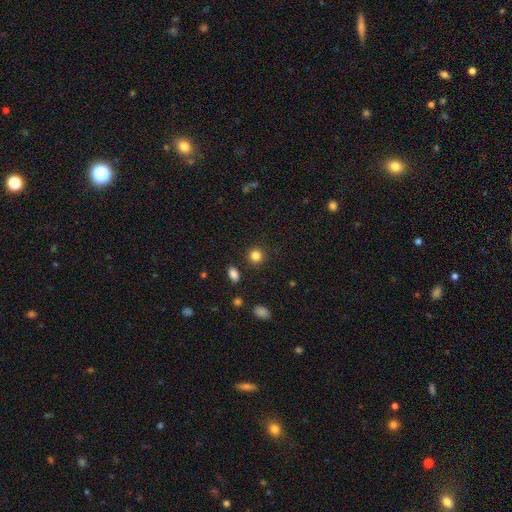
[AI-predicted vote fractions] Smooth or featured? smooth (84%)
How rounded? round (89%)
Merging? none (88%)